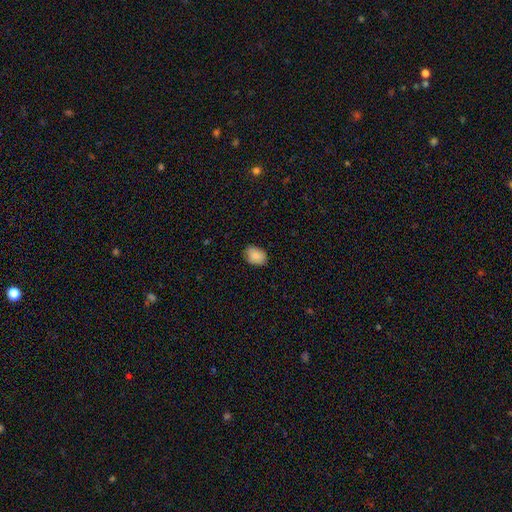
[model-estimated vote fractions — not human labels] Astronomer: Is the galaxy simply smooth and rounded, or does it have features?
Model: smooth — 88%.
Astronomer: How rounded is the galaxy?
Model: in between — 70%.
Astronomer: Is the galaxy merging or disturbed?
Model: none — 82%.